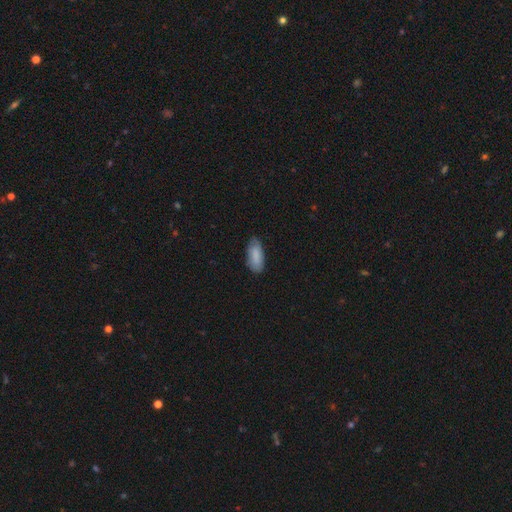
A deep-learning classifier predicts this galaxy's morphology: smooth-or-featured: smooth: 87% | featured or disk: 8% | star or artifact: 6%
  how-rounded: in between: 87% | cigar-shaped: 11% | round: 2%
  merging: none: 77% | minor disturbance: 19% | major disturbance: 3% | merger: 1%